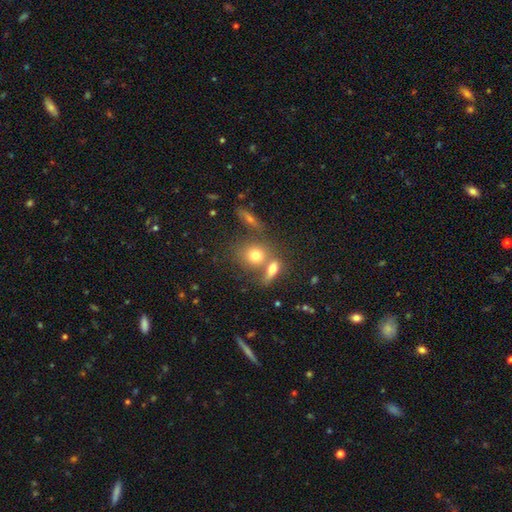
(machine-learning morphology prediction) A smooth galaxy with no disk features (73%) that is round (60%). Merging: none (44%).